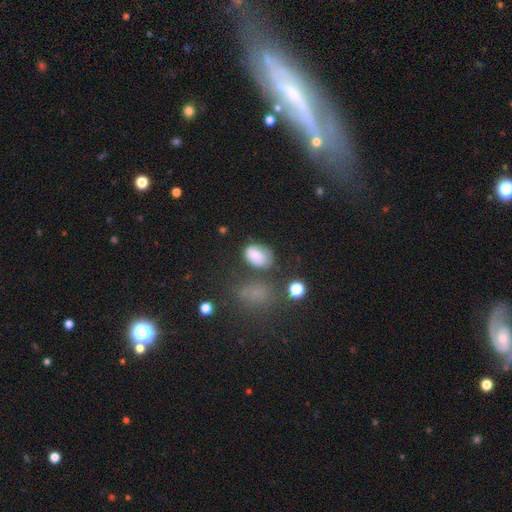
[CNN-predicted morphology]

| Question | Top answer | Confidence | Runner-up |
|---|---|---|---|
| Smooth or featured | smooth | 75% | featured or disk (14%) |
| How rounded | in between | 80% | round (18%) |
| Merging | none | 49% | minor disturbance (28%) |